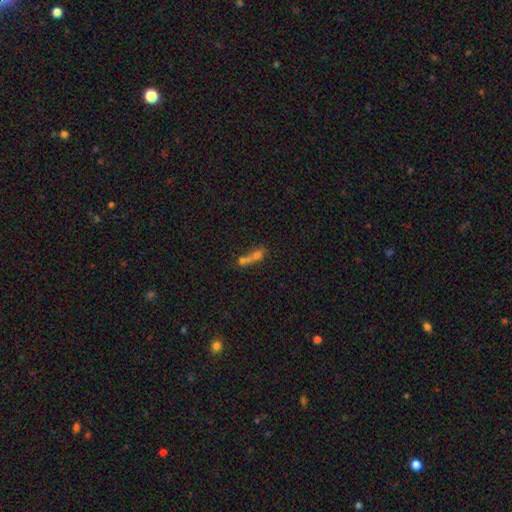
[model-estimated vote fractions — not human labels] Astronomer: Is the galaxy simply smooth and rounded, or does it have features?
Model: smooth — 53%.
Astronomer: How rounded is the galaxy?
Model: in between — 45% (runner-up: cigar-shaped, 34%).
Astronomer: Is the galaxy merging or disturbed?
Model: merger — 62%.